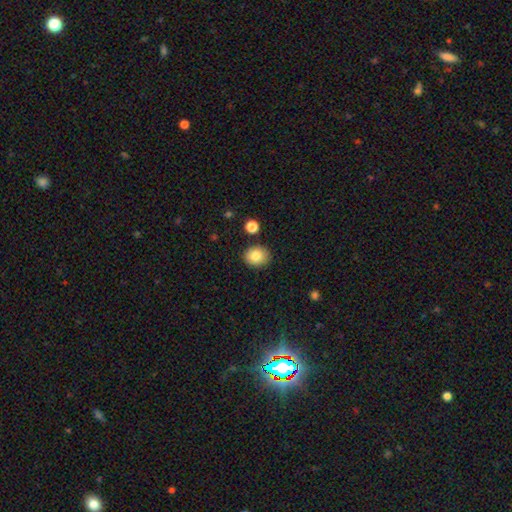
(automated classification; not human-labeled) Smooth or featured?
  - smooth: 83% *
  - star or artifact: 9%
  - featured or disk: 8%
How rounded?
  - round: 65% *
  - in between: 34%
  - cigar-shaped: 1%
Merging?
  - none: 84% *
  - minor disturbance: 10%
  - merger: 4%
  - major disturbance: 2%